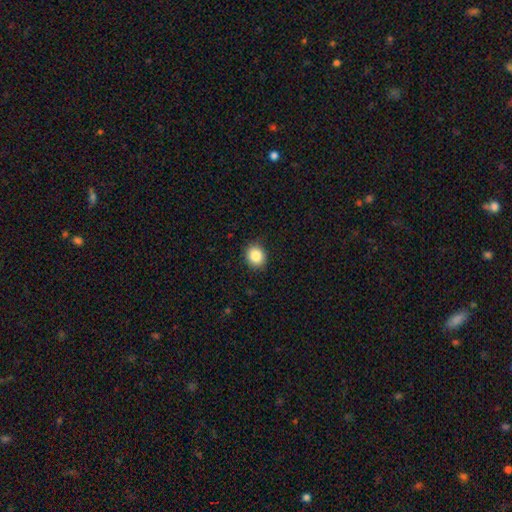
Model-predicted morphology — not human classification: Overall: smooth (86%). How rounded: round (67%; in between 32%). Merging: none (88%).